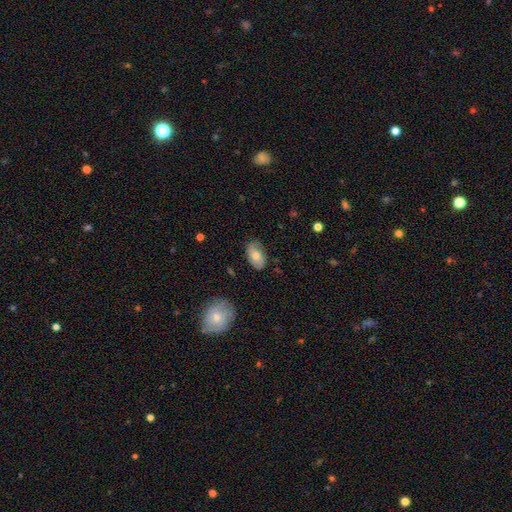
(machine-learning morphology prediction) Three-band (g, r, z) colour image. It shows a smooth galaxy with no disk features (69%) that is in between round and cigar-shaped (92%). Merging: none (79%).